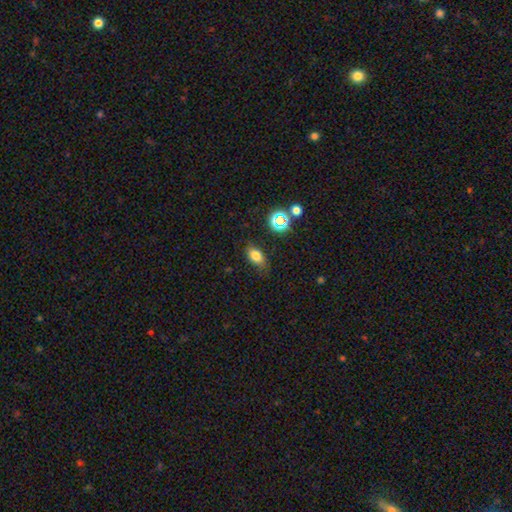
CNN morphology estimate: The model was most divided on "merging": none: 75%, minor disturbance: 18%, major disturbance: 5%, merger: 2%. More confident: how rounded — in between (84%); smooth or featured — smooth (76%).